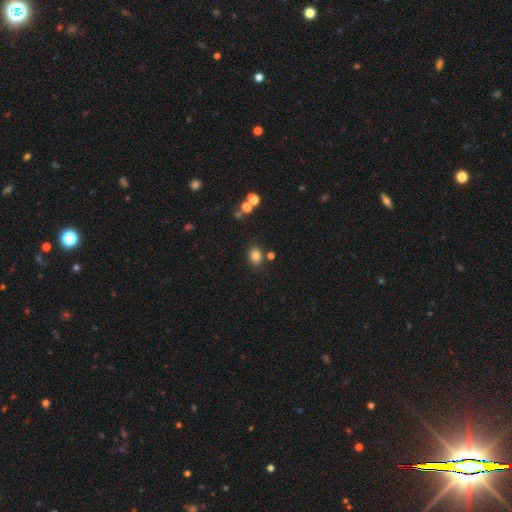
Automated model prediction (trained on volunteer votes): smooth-or-featured: smooth: 81% | star or artifact: 13% | featured or disk: 6%
  how-rounded: round: 56% | in between: 43% | cigar-shaped: 1%
  merging: none: 79% | minor disturbance: 11% | merger: 6% | major disturbance: 3%